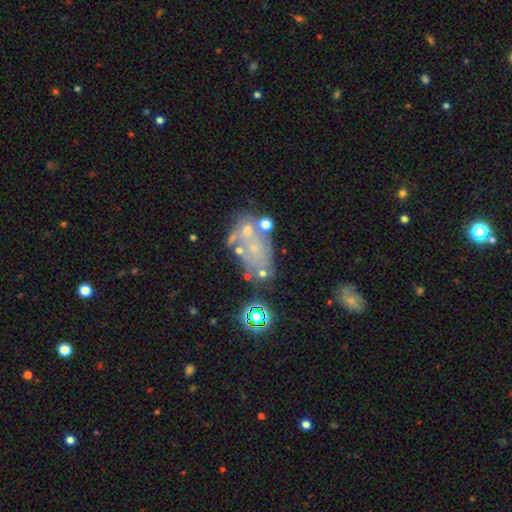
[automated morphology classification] Overall: featured or disk (43%; smooth 36%). Merging: none (43%; merger 23%).